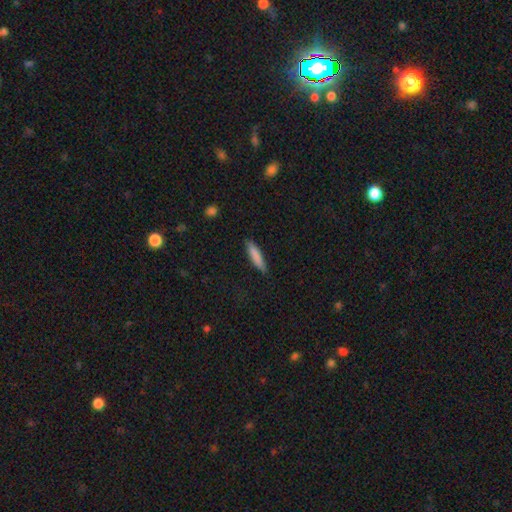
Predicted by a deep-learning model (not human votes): smooth_or_featured: smooth (p=0.82) [alt: featured or disk p=0.12]
how_rounded: cigar-shaped (p=0.86) [alt: in between p=0.13]
merging: none (p=0.86) [alt: minor disturbance p=0.10]